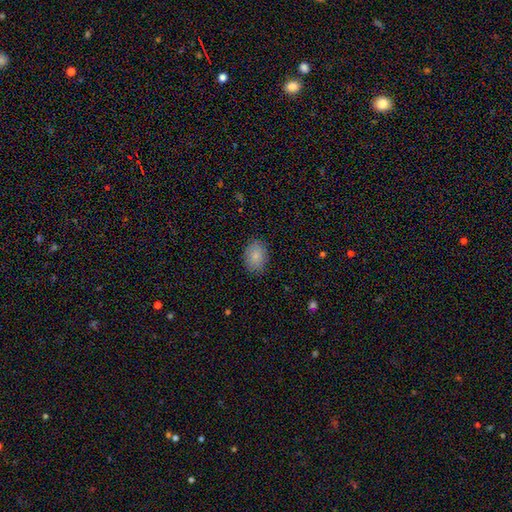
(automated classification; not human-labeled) The model was most divided on "how rounded": in between: 73%, round: 26%, cigar-shaped: 1%. More confident: merging — none (86%); smooth or featured — smooth (86%).